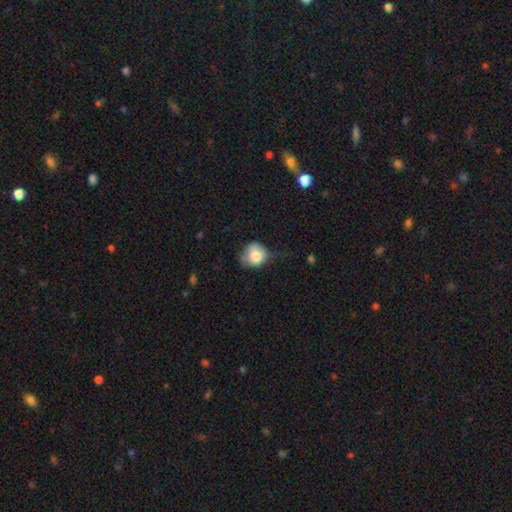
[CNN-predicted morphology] This appears to be a smooth galaxy with no disk features (80%) that is round (77%). Merging: minor disturbance (41%).